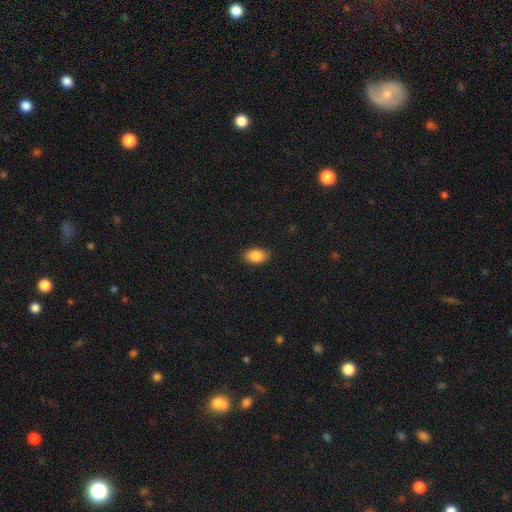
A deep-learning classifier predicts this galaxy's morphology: Smooth or featured? Predicted: smooth (p=0.88). How rounded? Predicted: in between (p=0.89). Merging? Predicted: none (p=0.87).